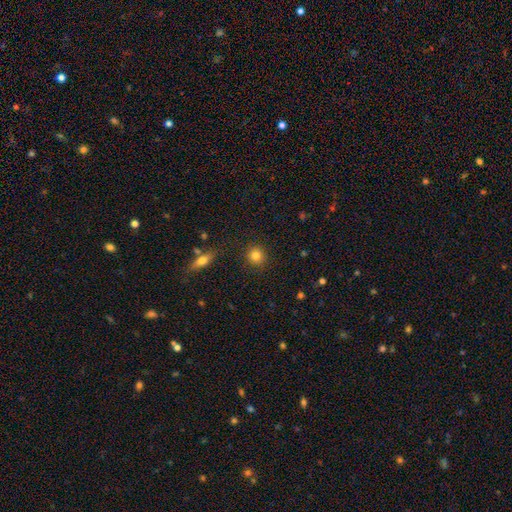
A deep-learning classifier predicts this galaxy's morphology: Smooth or featured? Predicted: smooth (p=0.82). How rounded? Predicted: round (p=0.91). Merging? Predicted: none (p=0.89).